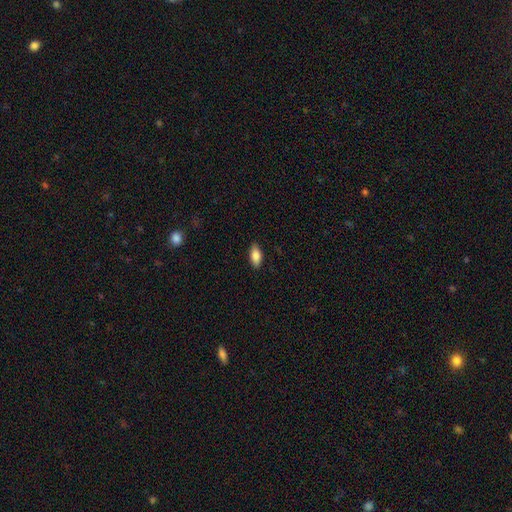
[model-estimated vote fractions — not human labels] Overall: smooth (85%). How rounded: in between (88%). Merging: none (87%).